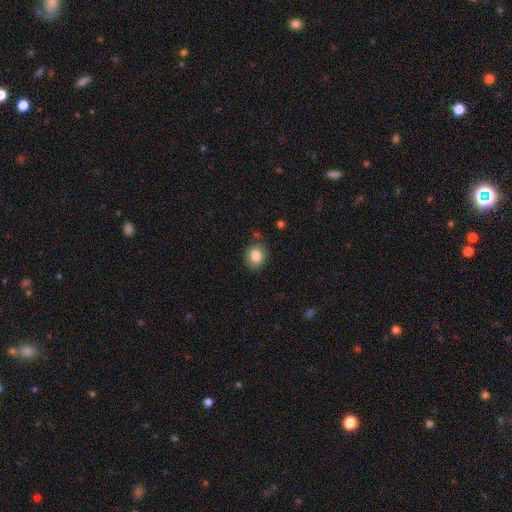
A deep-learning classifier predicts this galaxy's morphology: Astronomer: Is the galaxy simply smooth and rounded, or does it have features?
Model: smooth — 82%.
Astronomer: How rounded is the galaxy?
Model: round — 60% (runner-up: in between, 39%).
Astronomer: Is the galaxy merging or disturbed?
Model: none — 78%.